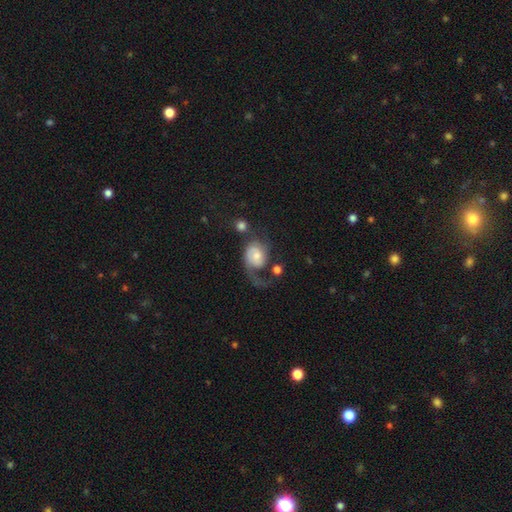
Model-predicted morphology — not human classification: smooth_or_featured: featured or disk (p=0.58) [alt: smooth p=0.35]
disk_edge_on: no (p=0.97) [alt: yes p=0.03]
bar: no (p=0.71) [alt: weak p=0.25]
has_spiral_arms: yes (p=0.84) [alt: no p=0.16]
bulge_size: moderate (p=0.47) [alt: small p=0.35]
merging: major disturbance (p=0.45) [alt: none p=0.25]